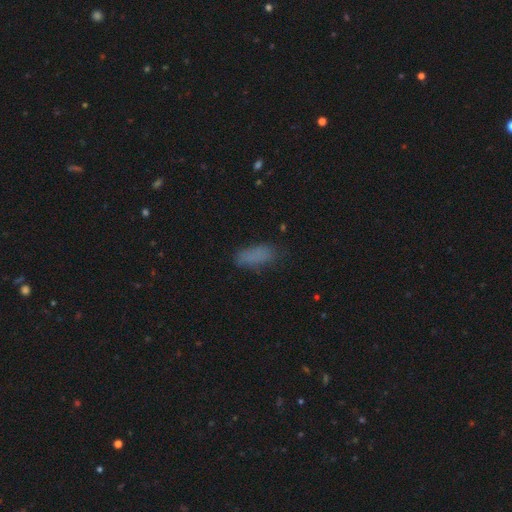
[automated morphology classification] A smooth galaxy with no disk features (81%) that is in between round and cigar-shaped (72%).

Vote fractions:
- Smooth or featured? smooth: 81% / star or artifact: 11% / featured or disk: 8%
- How rounded? in between: 72% / cigar-shaped: 25% / round: 3%
- Merging? none: 75% / minor disturbance: 17% / major disturbance: 6% / merger: 2%